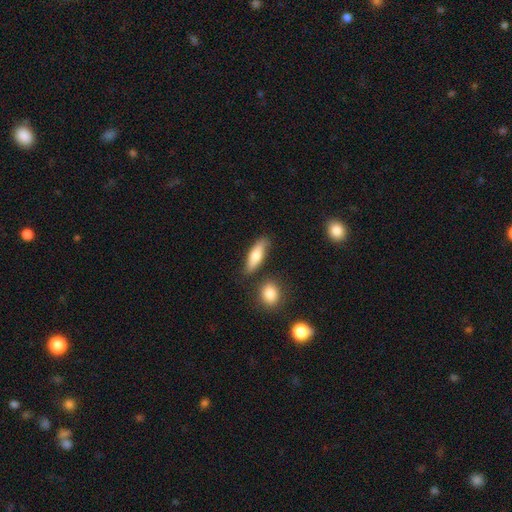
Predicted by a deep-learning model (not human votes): Q: Smooth or featured?
A: smooth (72%); runner-up: featured or disk (22%)
Q: How rounded?
A: in between (53%); runner-up: cigar-shaped (43%)
Q: Merging?
A: none (76%); runner-up: minor disturbance (14%)